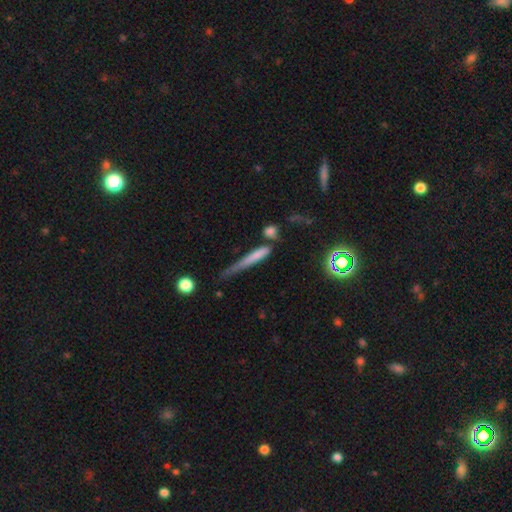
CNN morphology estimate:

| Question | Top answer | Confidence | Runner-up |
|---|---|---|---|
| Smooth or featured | smooth | 60% | featured or disk (28%) |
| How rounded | cigar-shaped | 88% | in between (8%) |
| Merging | none | 40% | minor disturbance (27%) |